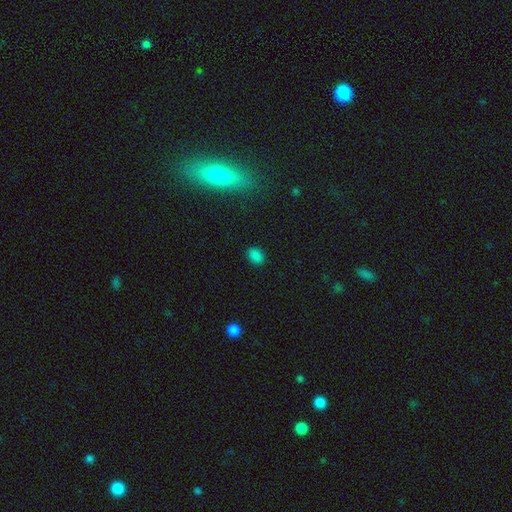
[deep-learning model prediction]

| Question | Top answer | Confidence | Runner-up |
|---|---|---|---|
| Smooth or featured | smooth | 82% | star or artifact (15%) |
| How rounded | in between | 74% | round (25%) |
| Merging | none | 86% | minor disturbance (10%) |